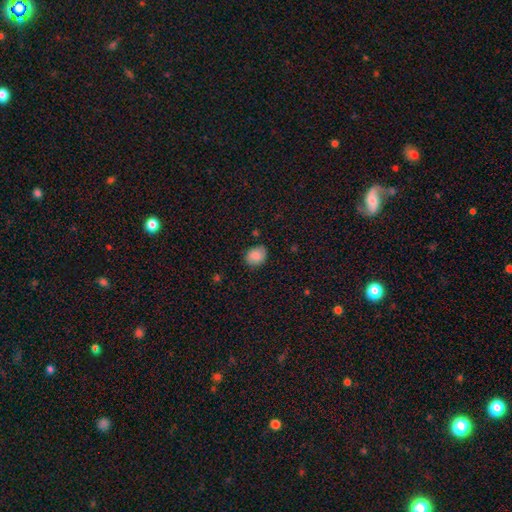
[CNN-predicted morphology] smooth-or-featured: smooth: 86% | star or artifact: 8% | featured or disk: 5%
  how-rounded: round: 54% | in between: 46% | cigar-shaped: 1%
  merging: none: 79% | minor disturbance: 17% | major disturbance: 3% | merger: 2%